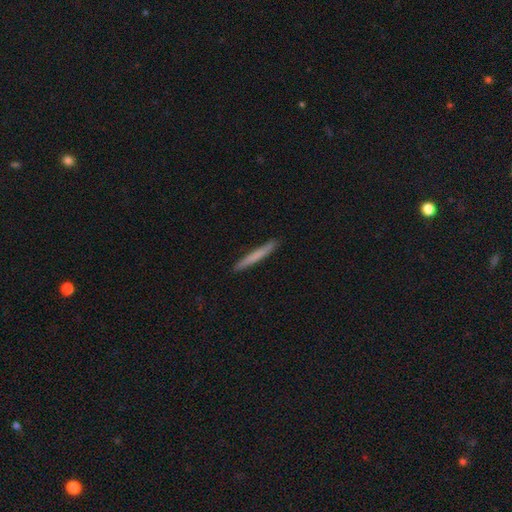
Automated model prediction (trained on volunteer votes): This is likely a smooth galaxy (66%). How rounded: clearly cigar-shaped (97%). Merging: clearly none (91%).